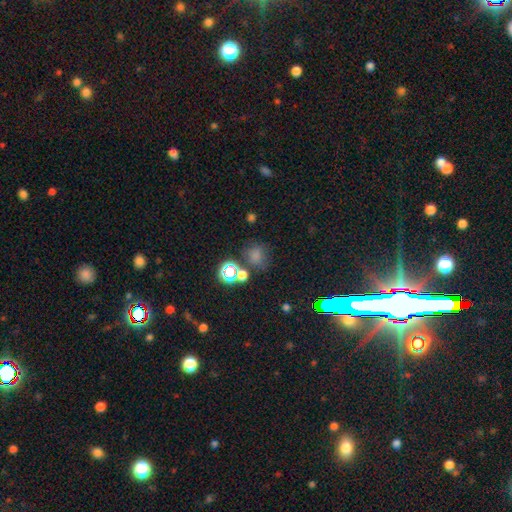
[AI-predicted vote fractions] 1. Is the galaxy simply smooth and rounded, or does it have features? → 66% smooth, 26% star or artifact, 8% featured or disk.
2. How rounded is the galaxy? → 75% round, 24% in between, 1% cigar-shaped.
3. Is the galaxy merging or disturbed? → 61% none, 16% minor disturbance, 15% merger, 8% major disturbance.